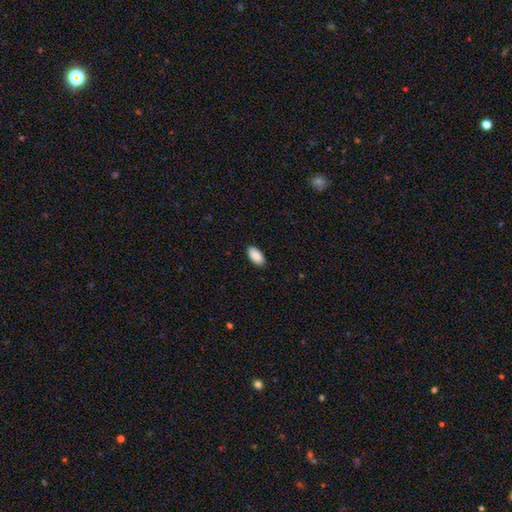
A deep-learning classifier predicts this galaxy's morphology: Smooth or featured?
  - smooth: 91% *
  - star or artifact: 6%
  - featured or disk: 3%
How rounded?
  - in between: 95% *
  - cigar-shaped: 3%
  - round: 2%
Merging?
  - none: 89% *
  - minor disturbance: 9%
  - major disturbance: 2%
  - merger: 1%